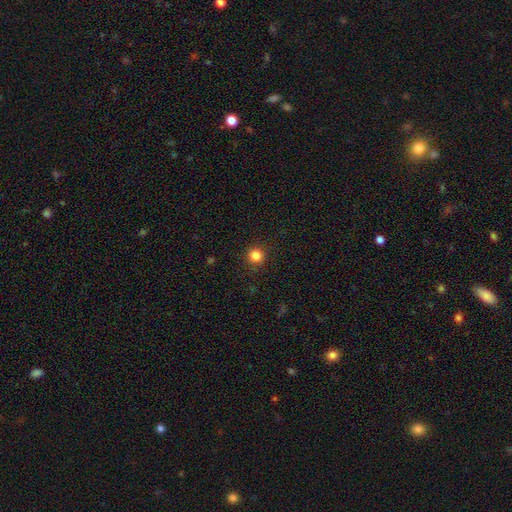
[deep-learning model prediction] A smooth galaxy with no disk features (84%) that is round (95%).

Vote fractions:
- Smooth or featured? smooth: 84% / star or artifact: 12% / featured or disk: 4%
- How rounded? round: 95% / in between: 4% / cigar-shaped: 1%
- Merging? none: 91% / minor disturbance: 6% / major disturbance: 2% / merger: 1%